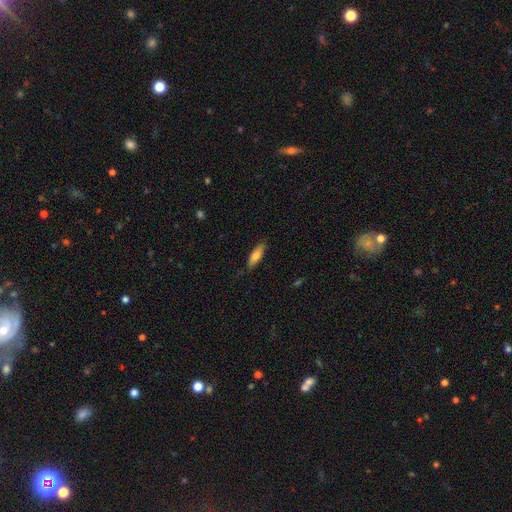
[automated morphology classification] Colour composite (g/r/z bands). It shows a smooth galaxy with no disk features (72%) that is in between round and cigar-shaped (50%). Merging: none (83%).